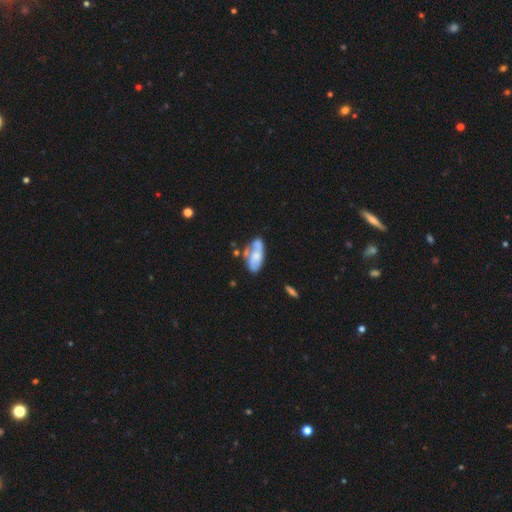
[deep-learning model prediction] Smooth or featured? Predicted: featured or disk (p=0.51). Edge-on disk? Predicted: no (p=0.91). Merging? Predicted: none (p=0.45).